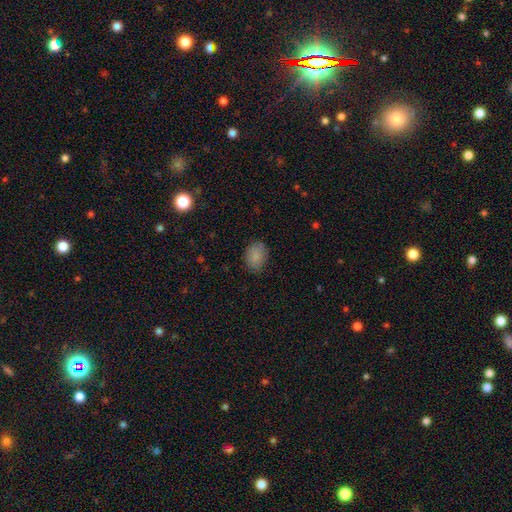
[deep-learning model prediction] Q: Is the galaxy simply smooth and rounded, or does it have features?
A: smooth — 86%.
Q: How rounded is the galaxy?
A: in between — 63%.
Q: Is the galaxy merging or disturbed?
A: none — 81%.